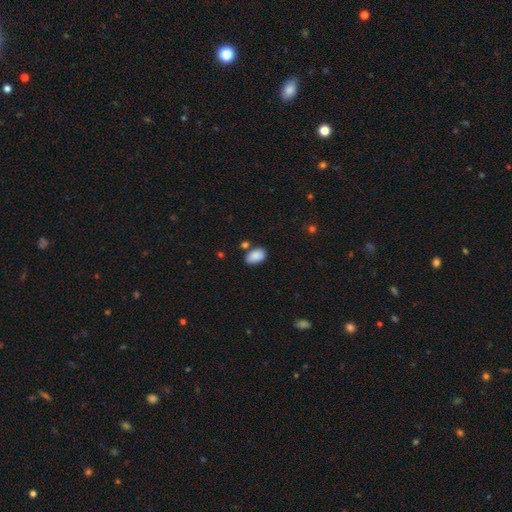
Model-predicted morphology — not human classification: Smooth or featured? Predicted: smooth (p=0.89). How rounded? Predicted: in between (p=0.91). Merging? Predicted: none (p=0.73).